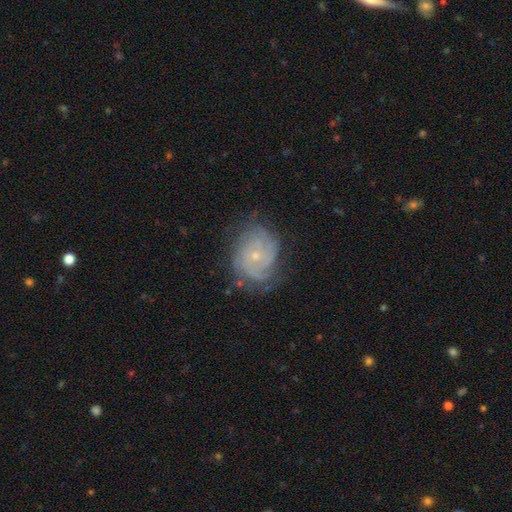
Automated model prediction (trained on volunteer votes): Smooth or featured? Predicted: featured or disk (p=0.79). Edge-on disk? Predicted: no (p=0.97). Bar? Predicted: no (p=0.76). Spiral arms? Predicted: yes (p=0.94). Spiral winding? Predicted: tight (p=0.68). Spiral arm count? Predicted: can't tell (p=0.32). Bulge size? Predicted: small (p=0.76). Merging? Predicted: none (p=0.72).